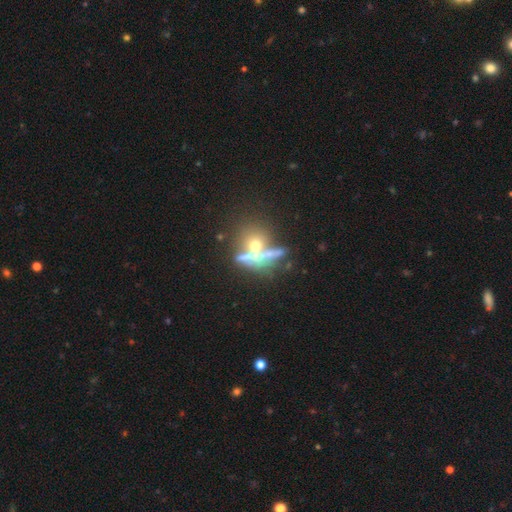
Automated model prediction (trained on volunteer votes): smooth_or_featured: featured or disk (p=0.42) [alt: smooth p=0.37]
merging: merger (p=0.44) [alt: none p=0.38]